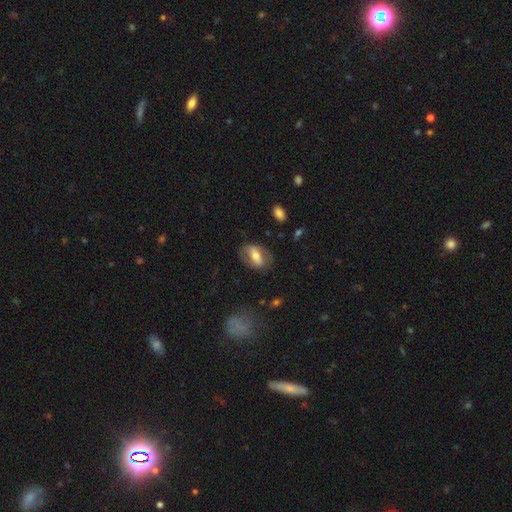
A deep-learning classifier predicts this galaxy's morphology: Smooth or featured: smooth — 48% (featured or disk — 45%)
Merging: none — 74% (minor disturbance — 16%)